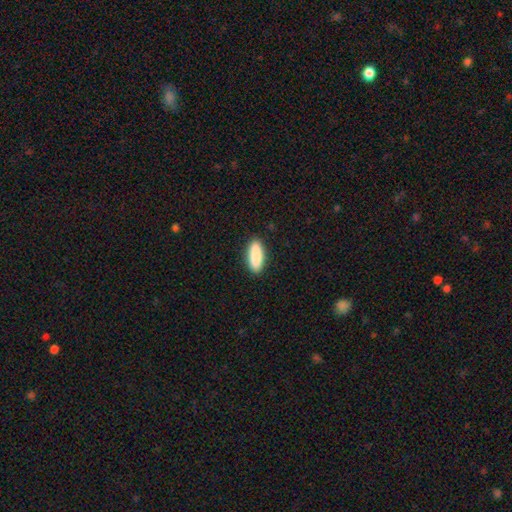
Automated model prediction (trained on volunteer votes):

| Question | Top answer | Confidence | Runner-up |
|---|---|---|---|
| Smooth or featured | smooth | 88% | star or artifact (6%) |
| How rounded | in between | 61% | cigar-shaped (37%) |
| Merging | none | 89% | minor disturbance (8%) |